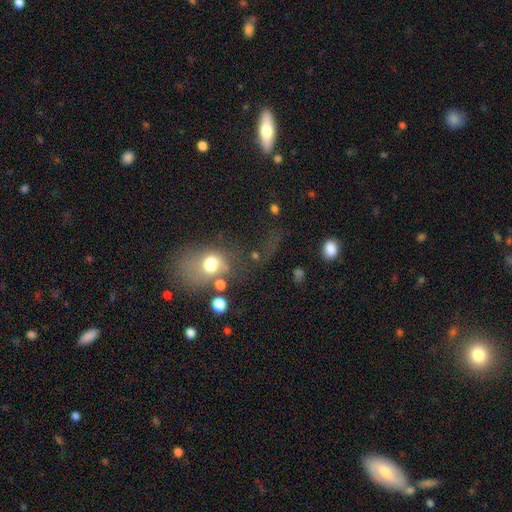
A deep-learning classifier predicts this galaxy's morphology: A smooth galaxy with no disk features (56%) that is in between round and cigar-shaped (51%).

Vote fractions:
- Smooth or featured? smooth: 56% / star or artifact: 24% / featured or disk: 20%
- How rounded? in between: 51% / round: 45% / cigar-shaped: 4%
- Merging? major disturbance: 39% / none: 31% / minor disturbance: 17% / merger: 13%